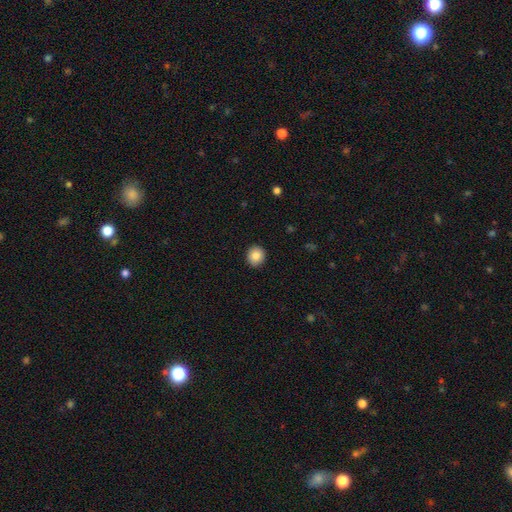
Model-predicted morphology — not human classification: smooth_or_featured: smooth (p=0.85) [alt: star or artifact p=0.09]
how_rounded: round (p=0.87) [alt: in between p=0.12]
merging: none (p=0.91) [alt: minor disturbance p=0.06]